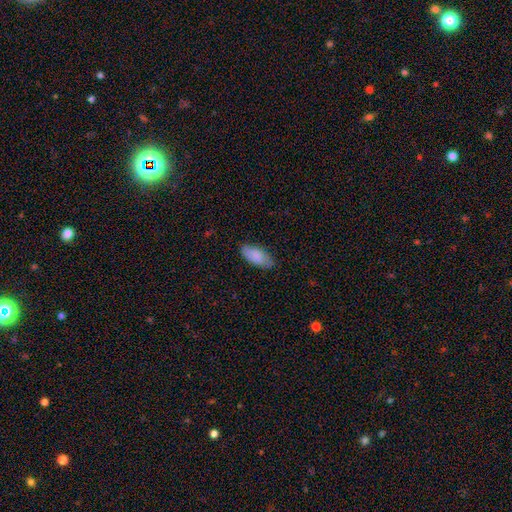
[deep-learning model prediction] Smooth or featured: smooth — 84% (featured or disk — 10%)
How rounded: in between — 90% (cigar-shaped — 9%)
Merging: none — 77% (minor disturbance — 19%)